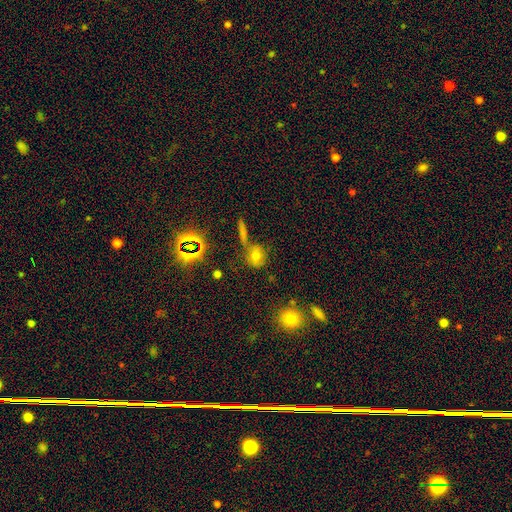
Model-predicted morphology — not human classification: Overall: smooth (64%). How rounded: round (62%; in between 34%). Merging: none (61%).